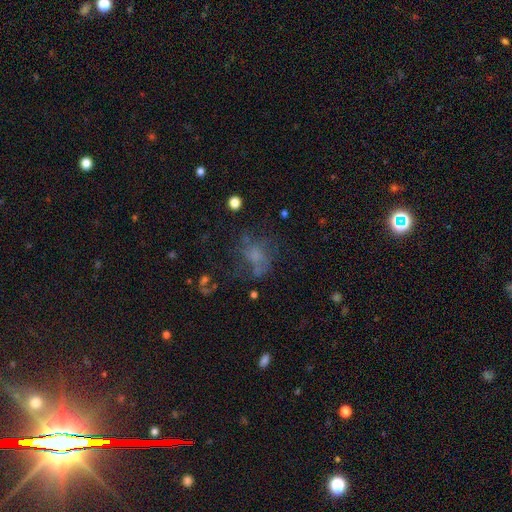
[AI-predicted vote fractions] Morphology: type=smooth (39%); merging=none (43%).